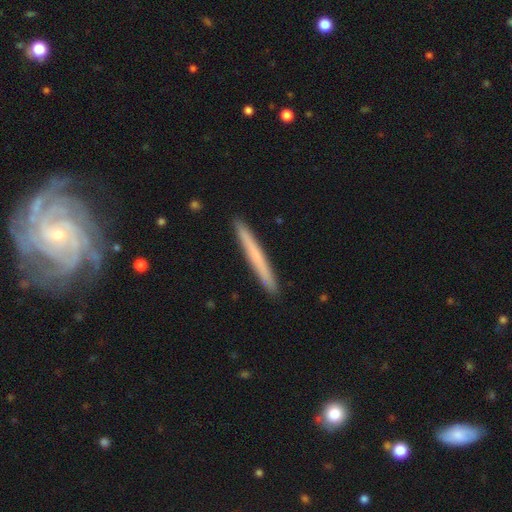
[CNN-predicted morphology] Smooth or featured? Predicted: smooth (p=0.61). How rounded? Predicted: cigar-shaped (p=0.97). Merging? Predicted: none (p=0.92).